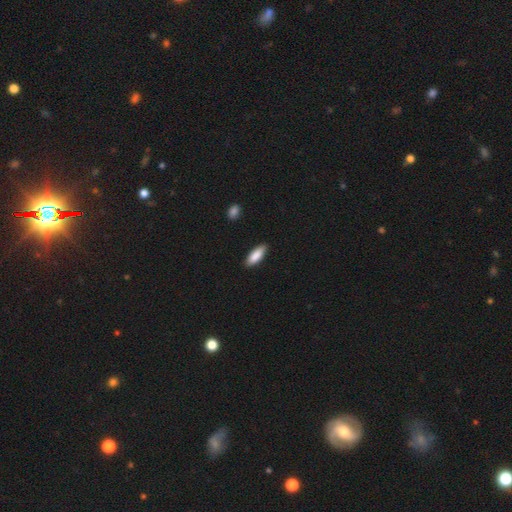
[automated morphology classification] Smooth or featured: smooth — 87% (featured or disk — 7%)
How rounded: in between — 63% (cigar-shaped — 35%)
Merging: none — 87% (minor disturbance — 10%)